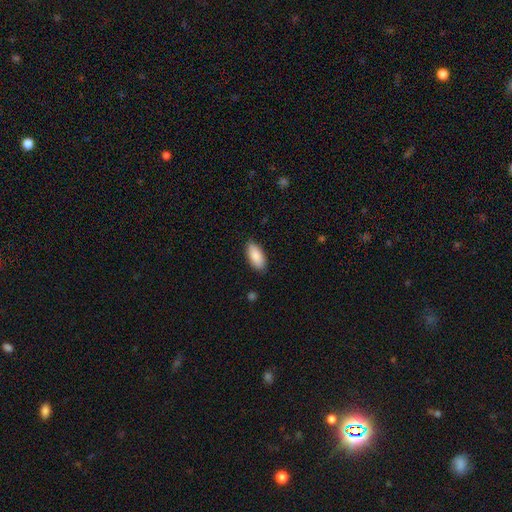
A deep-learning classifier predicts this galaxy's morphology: smooth_or_featured: smooth (p=0.88) [alt: featured or disk p=0.06]
how_rounded: in between (p=0.89) [alt: cigar-shaped p=0.09]
merging: none (p=0.85) [alt: minor disturbance p=0.12]